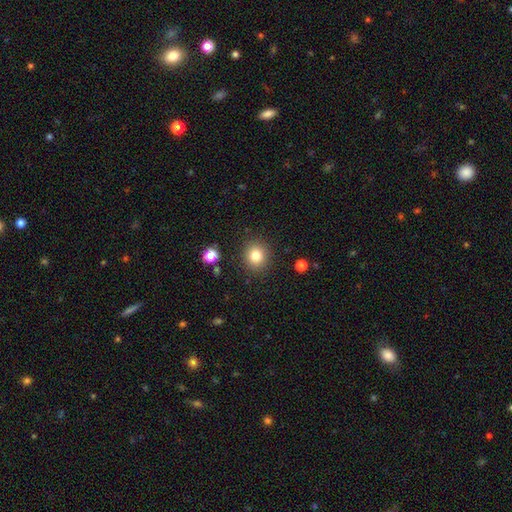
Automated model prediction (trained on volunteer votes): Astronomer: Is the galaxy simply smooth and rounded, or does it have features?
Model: smooth — 82%.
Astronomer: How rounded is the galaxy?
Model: round — 86%.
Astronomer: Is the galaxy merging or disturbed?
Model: none — 88%.